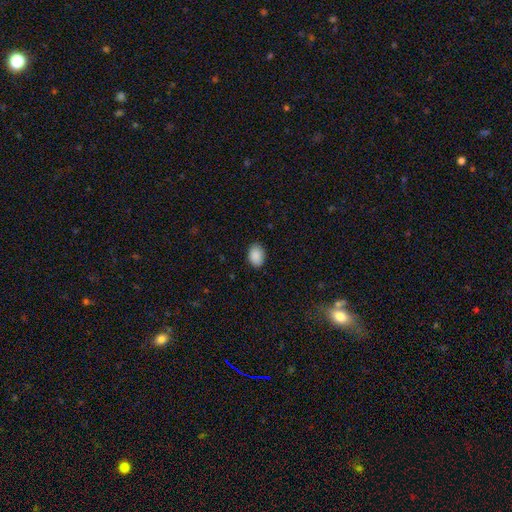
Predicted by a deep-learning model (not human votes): Overall: smooth (90%). How rounded: in between (81%). Merging: none (87%).